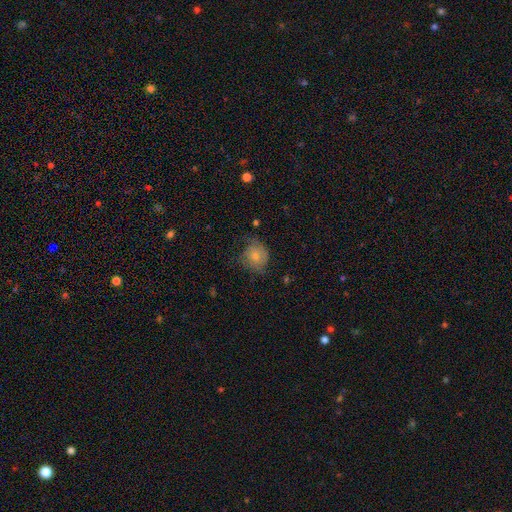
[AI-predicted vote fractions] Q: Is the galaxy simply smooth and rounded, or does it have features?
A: smooth — 60%.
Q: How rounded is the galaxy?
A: round — 77%.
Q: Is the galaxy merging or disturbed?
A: none — 51%.